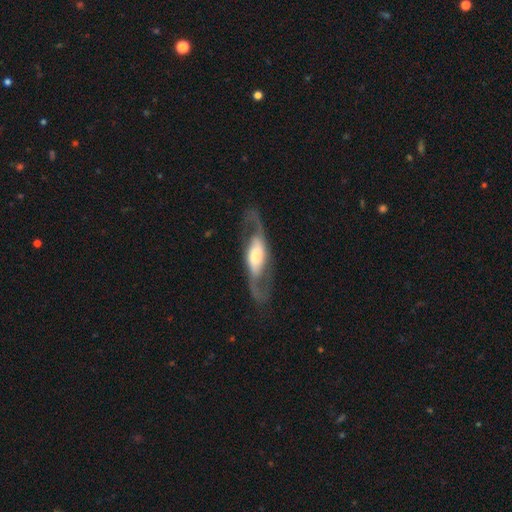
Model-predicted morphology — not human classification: This appears to be a featured or disk galaxy (78%) with no bar (43%), 2 (91%) loose (55%) spiral arms (89%) and a large central bulge (34%). Merging: none (72%).